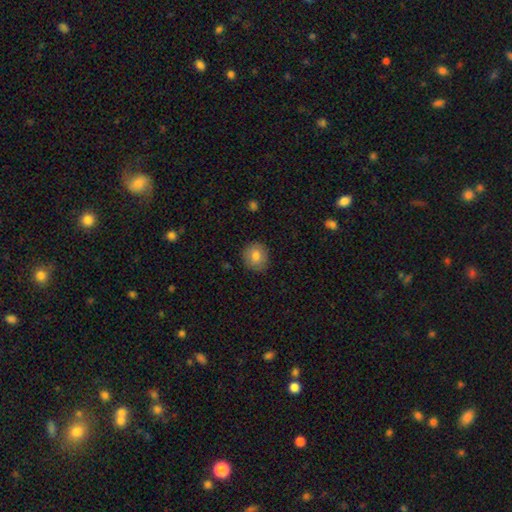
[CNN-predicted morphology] smooth-or-featured: smooth: 81% | featured or disk: 10% | star or artifact: 8%
  how-rounded: round: 88% | in between: 11% | cigar-shaped: 1%
  merging: none: 87% | minor disturbance: 9% | major disturbance: 2% | merger: 1%